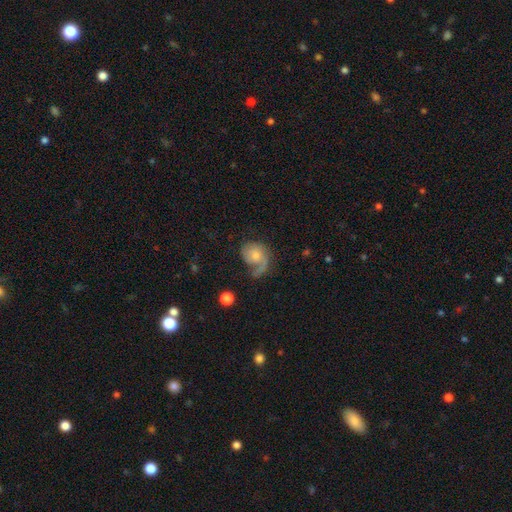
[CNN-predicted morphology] This appears to be a featured or disk galaxy (56%) with no bar (76%), spiral arms (83%) and a small central bulge (46%). Merging: none (37%).